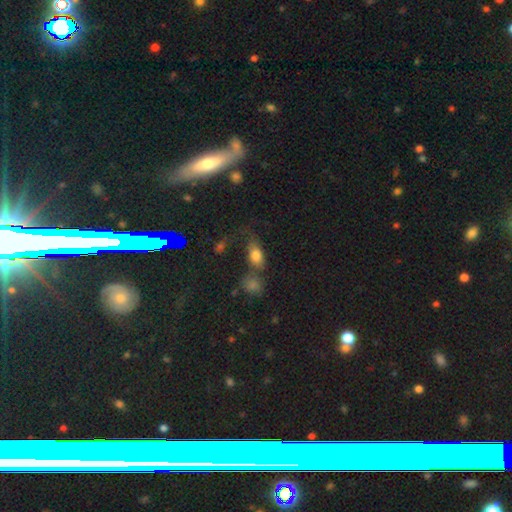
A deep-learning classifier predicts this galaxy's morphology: Smooth or featured?
  - smooth: 75% *
  - star or artifact: 14%
  - featured or disk: 11%
How rounded?
  - in between: 79% *
  - round: 14%
  - cigar-shaped: 7%
Merging?
  - none: 44% *
  - merger: 24%
  - minor disturbance: 18%
  - major disturbance: 14%